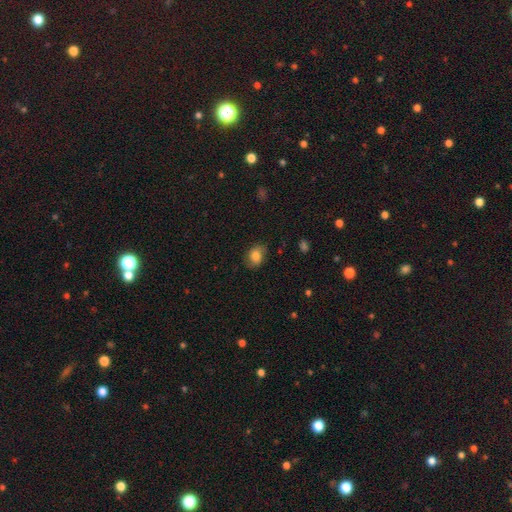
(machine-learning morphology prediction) Overall: smooth (79%). How rounded: in between (62%; round 37%). Merging: none (75%).